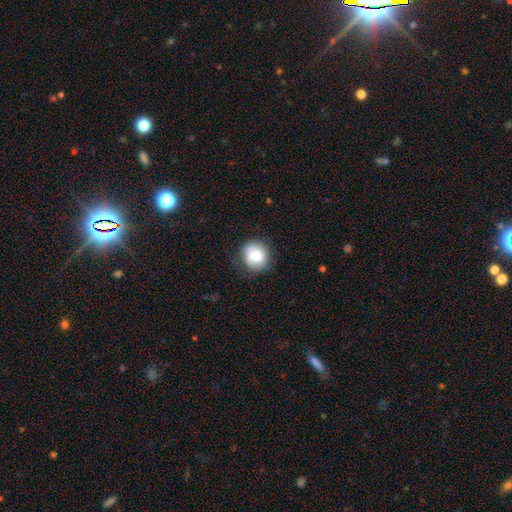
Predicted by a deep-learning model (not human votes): This is likely a smooth galaxy (75%). How rounded: clearly round (81%). Merging: likely none (74%).